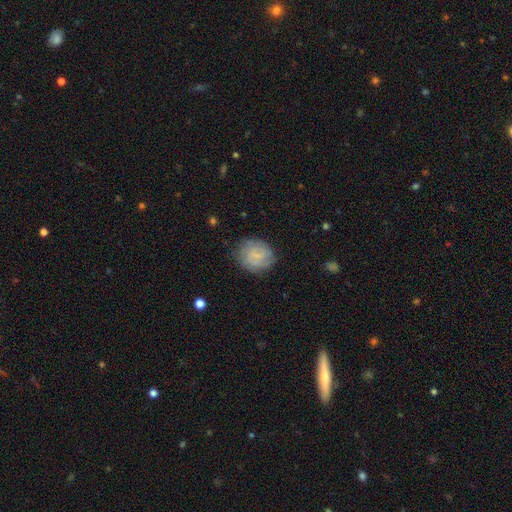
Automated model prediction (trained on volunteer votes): Overall: featured or disk (48%; smooth 44%). Merging: none (78%).